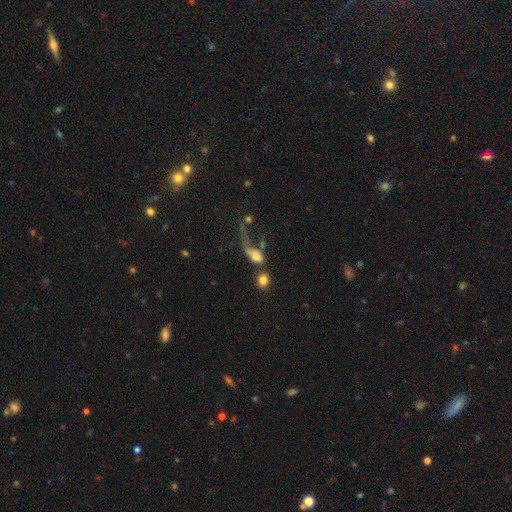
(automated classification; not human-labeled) Morphology: type=smooth (63%); roundness=in between (71%); merging=major disturbance (42%).